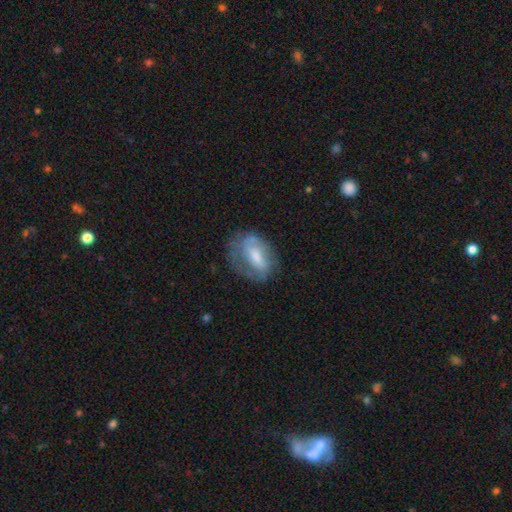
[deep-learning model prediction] This is possibly a featured or disk galaxy (51%). It is clearly not viewed edge-on (93%). Merging: possibly none (54%).